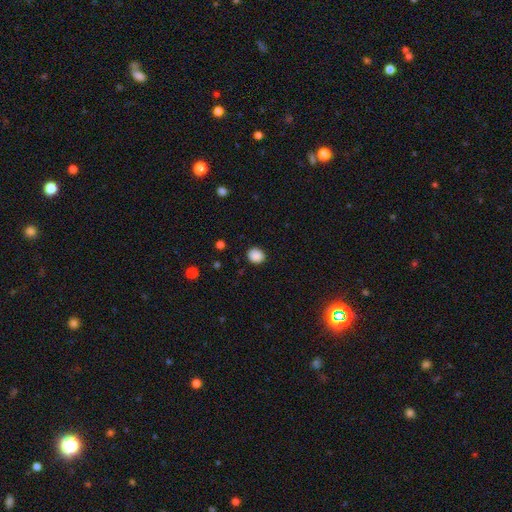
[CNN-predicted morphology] Overall: smooth (88%). How rounded: round (69%; in between 30%). Merging: none (88%).